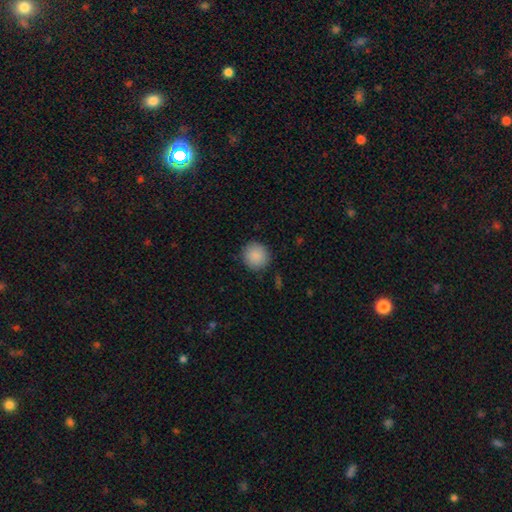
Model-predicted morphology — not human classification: type=smooth (89%); roundness=round (92%); merging=none (89%).